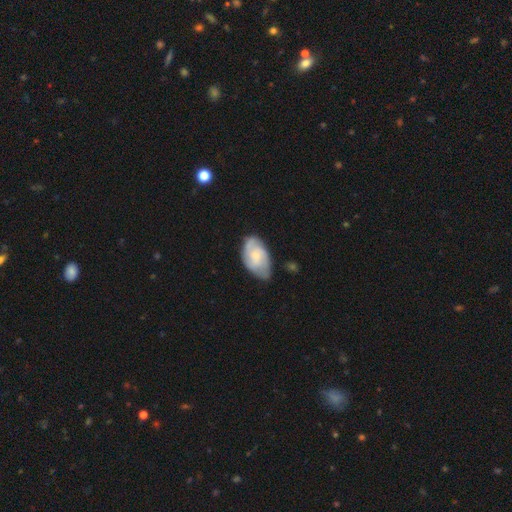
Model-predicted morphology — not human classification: A featured or disk galaxy (56%) with no bar (66%), spiral arms (88%) and a small central bulge (49%).

Vote fractions:
- Smooth or featured? featured or disk: 56% / smooth: 38% / star or artifact: 6%
- Edge-on disk? no: 96% / yes: 4%
- Bar? no: 66% / weak: 30% / strong: 4%
- Spiral arms? yes: 88% / no: 12%
- Bulge size? small: 49% / moderate: 31% / none: 15% / large: 4% / dominant: 1%
- Merging? none: 64% / minor disturbance: 28% / major disturbance: 6% / merger: 2%